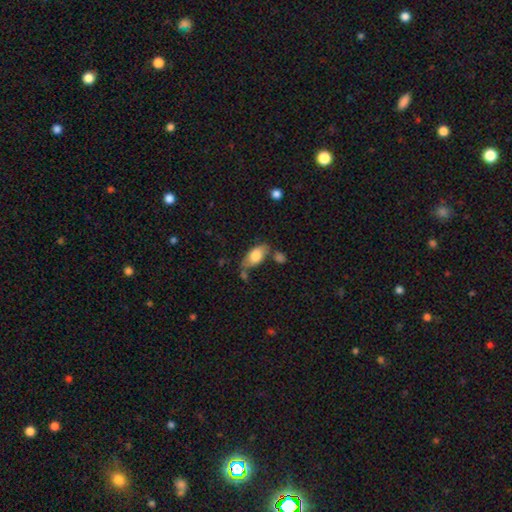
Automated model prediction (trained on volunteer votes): This appears to be a smooth galaxy with no disk features (74%) that is in between round and cigar-shaped (90%). Merging: none (54%).